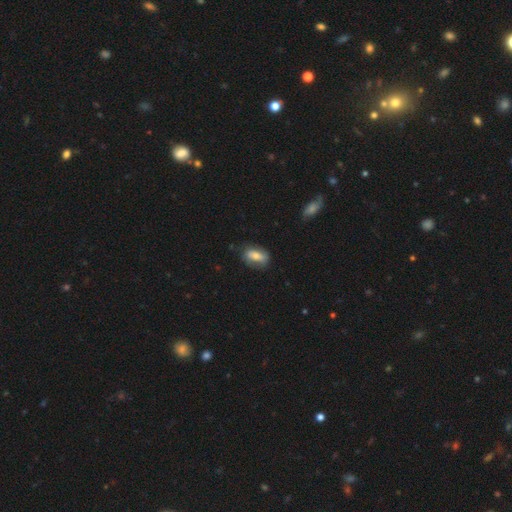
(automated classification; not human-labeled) Smooth or featured?
  - smooth: 61% *
  - featured or disk: 31%
  - star or artifact: 7%
How rounded?
  - in between: 86% *
  - round: 9%
  - cigar-shaped: 5%
Merging?
  - none: 72% *
  - minor disturbance: 21%
  - major disturbance: 6%
  - merger: 1%